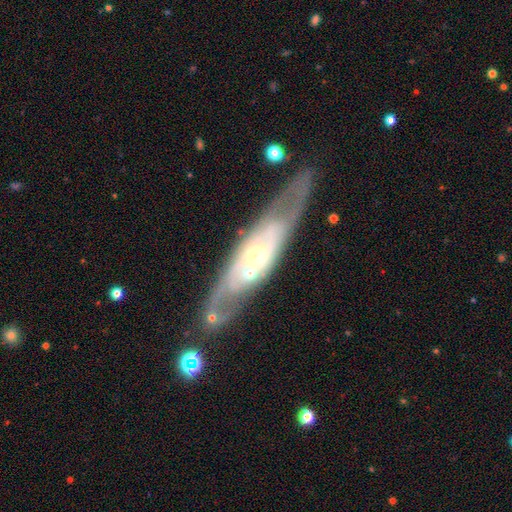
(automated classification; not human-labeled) The model was most divided on "bulge size": moderate: 51%, small: 42%, large: 5%, none: 1%, dominant: 1%. More confident: smooth or featured — featured or disk (79%); edge-on disk — no (74%); bar — no (72%); merging — none (70%); spiral arms — yes (61%).